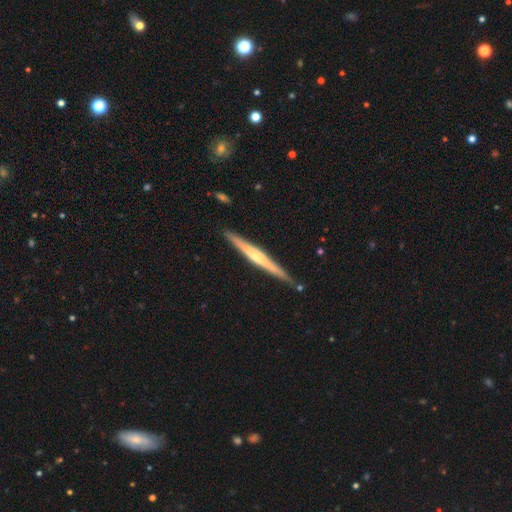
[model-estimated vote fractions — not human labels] Smooth or featured? featured or disk (65%)
Edge-on disk? yes (98%)
Edge-on bulge? rounded (54%)
Merging? none (87%)